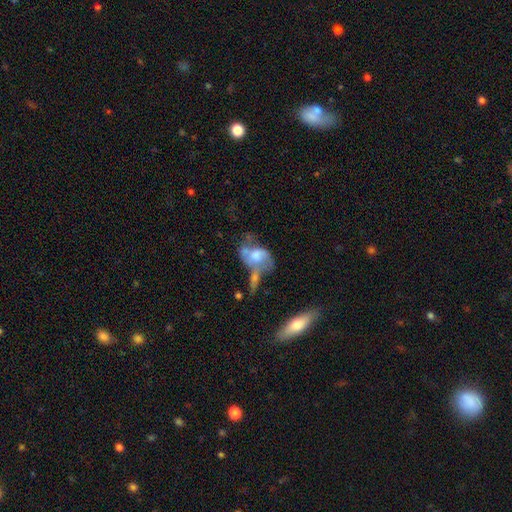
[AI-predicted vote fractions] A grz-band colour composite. It shows a featured or disk galaxy (48%). Merging: merger (39%).